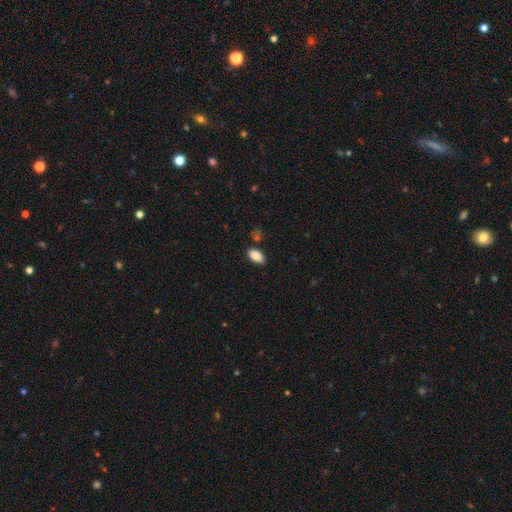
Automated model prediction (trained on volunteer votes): The model was most divided on "merging": none: 79%, minor disturbance: 15%, merger: 3%, major disturbance: 3%. More confident: how rounded — in between (92%); smooth or featured — smooth (86%).